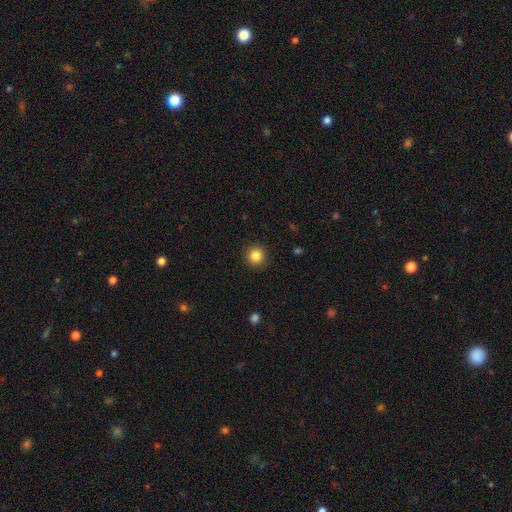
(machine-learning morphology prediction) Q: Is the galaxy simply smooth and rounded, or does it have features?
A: smooth — 84%.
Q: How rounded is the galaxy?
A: round — 95%.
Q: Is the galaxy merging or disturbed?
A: none — 92%.